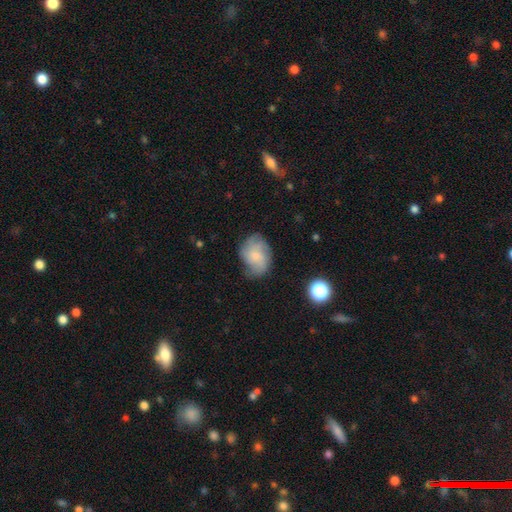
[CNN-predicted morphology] Q: Smooth or featured?
A: smooth (47%); runner-up: featured or disk (44%)
Q: Merging?
A: none (63%); runner-up: minor disturbance (26%)